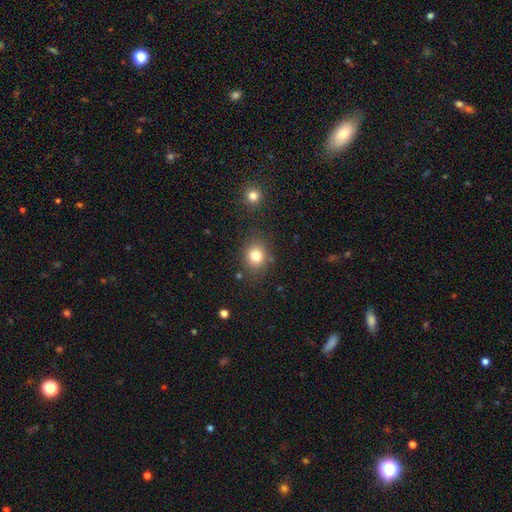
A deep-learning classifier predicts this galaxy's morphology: Smooth or featured? smooth (81%)
How rounded? round (67%)
Merging? none (81%)